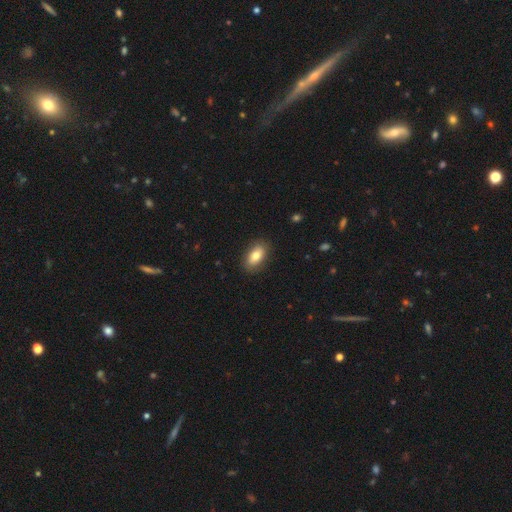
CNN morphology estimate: Smooth or featured? Predicted: smooth (p=0.80). How rounded? Predicted: in between (p=0.90). Merging? Predicted: none (p=0.87).